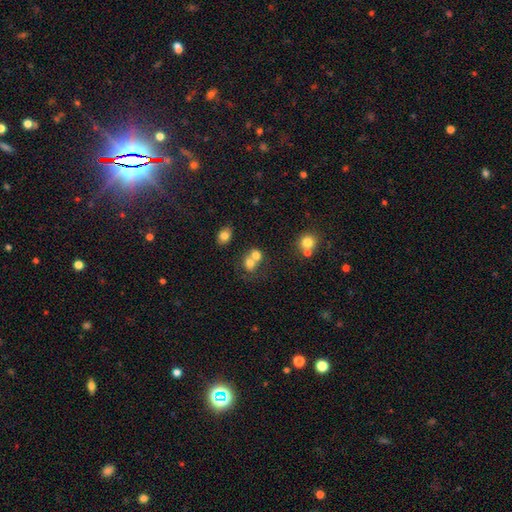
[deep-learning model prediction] This appears to be a smooth galaxy with no disk features (72%) that is round (64%). Merging: merger (58%).